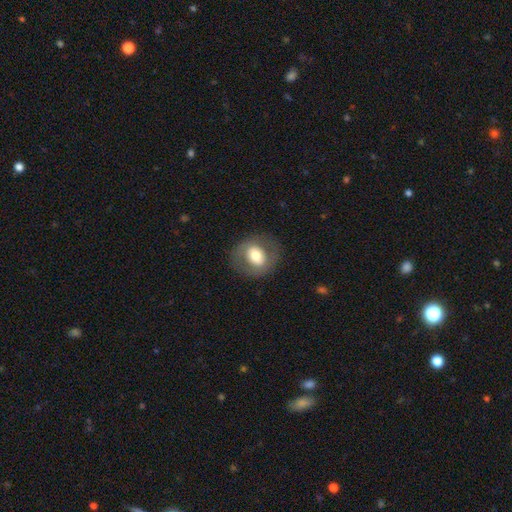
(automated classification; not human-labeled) smooth_or_featured: smooth (p=0.59) [alt: featured or disk p=0.33]
how_rounded: round (p=0.67) [alt: in between p=0.32]
merging: none (p=0.80) [alt: minor disturbance p=0.12]